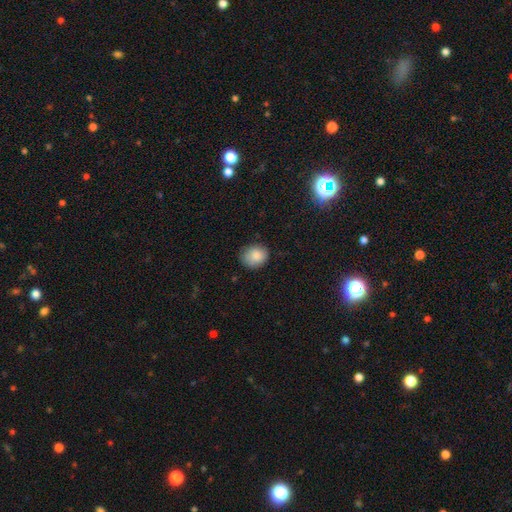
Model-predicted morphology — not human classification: Smooth or featured? Predicted: smooth (p=0.87). How rounded? Predicted: round (p=0.65). Merging? Predicted: none (p=0.81).